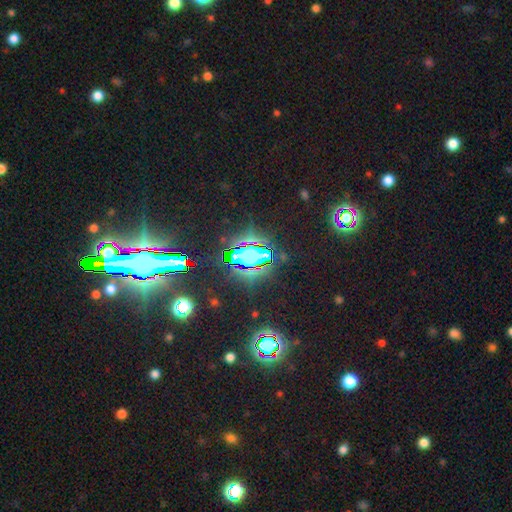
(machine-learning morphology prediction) Q: Smooth or featured?
A: star or artifact (83%); runner-up: smooth (9%)